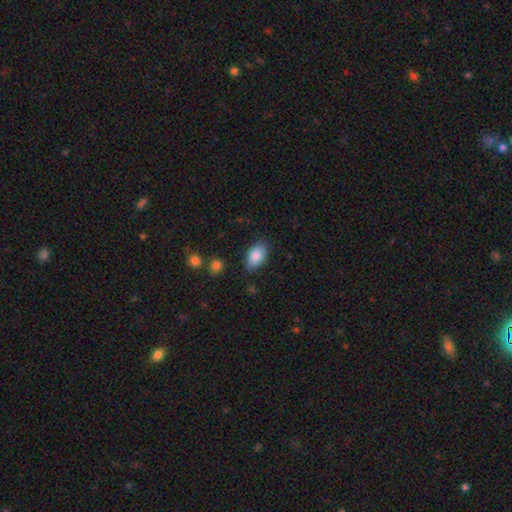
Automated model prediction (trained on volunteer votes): Q: Smooth or featured?
A: smooth (86%); runner-up: star or artifact (7%)
Q: How rounded?
A: in between (92%); runner-up: round (5%)
Q: Merging?
A: none (82%); runner-up: minor disturbance (14%)